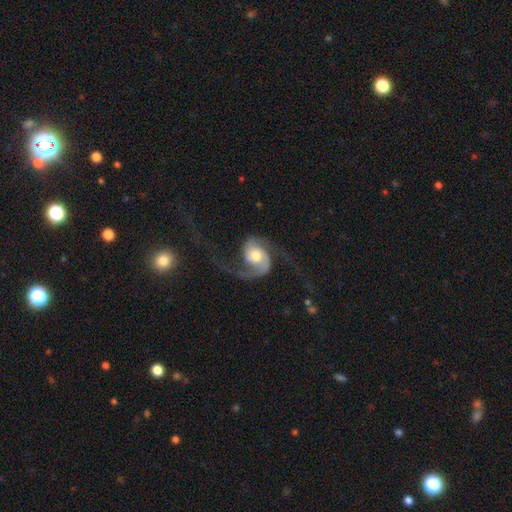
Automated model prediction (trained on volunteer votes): Morphology: type=featured or disk (85%); edge-on=no (98%); bar=no (61%); spiral arms=yes (96%); winding=loose (63%); arm count=2 (88%); bulge=moderate (67%); merging=none (56%).